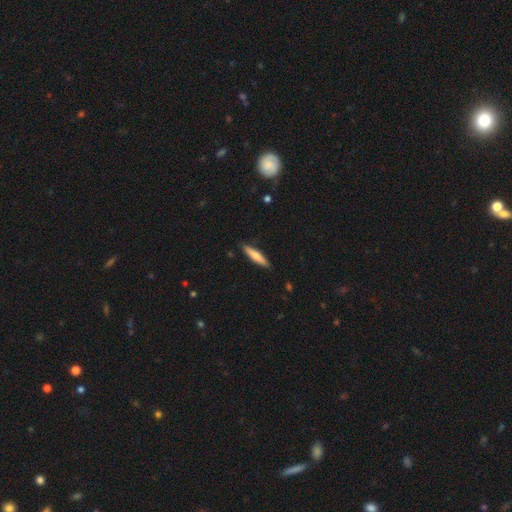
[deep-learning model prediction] The model was most divided on "smooth or featured": smooth: 69%, featured or disk: 25%, star or artifact: 5%. More confident: merging — none (88%); how rounded — cigar-shaped (84%).